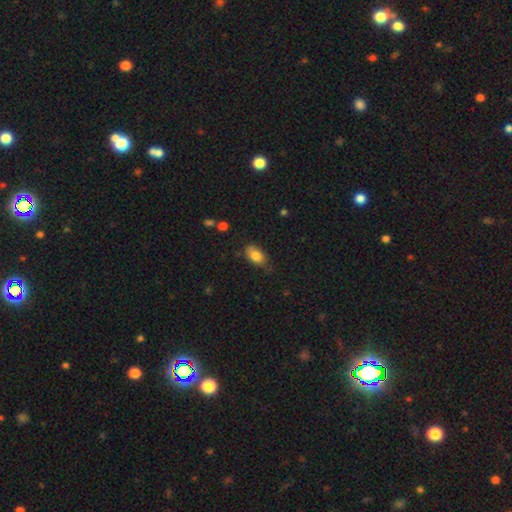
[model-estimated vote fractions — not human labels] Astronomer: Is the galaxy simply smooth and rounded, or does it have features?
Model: smooth — 82%.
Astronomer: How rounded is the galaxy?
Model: in between — 88%.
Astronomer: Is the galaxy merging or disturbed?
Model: none — 66%.